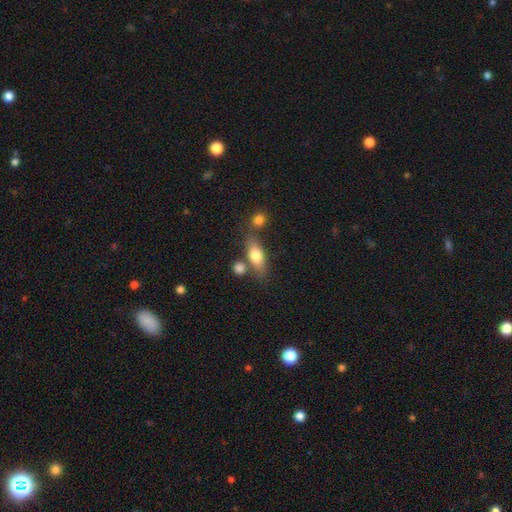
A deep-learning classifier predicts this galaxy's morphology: smooth-or-featured: smooth: 72% | featured or disk: 21% | star or artifact: 7%
  how-rounded: in between: 70% | cigar-shaped: 24% | round: 6%
  merging: none: 63% | merger: 18% | minor disturbance: 14% | major disturbance: 5%